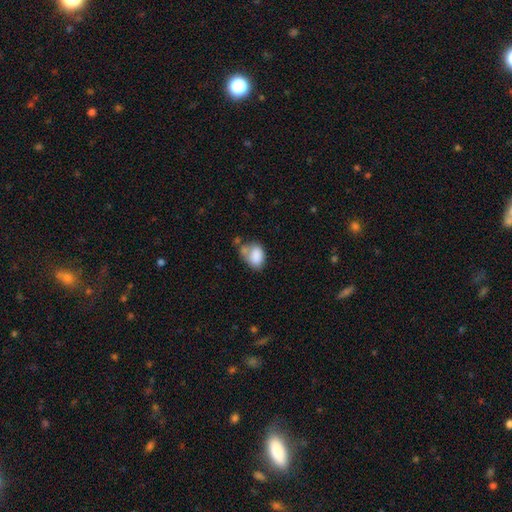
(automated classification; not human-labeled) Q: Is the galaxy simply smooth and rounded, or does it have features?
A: smooth — 83%.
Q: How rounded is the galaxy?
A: in between — 76%.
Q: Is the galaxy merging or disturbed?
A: none — 40%.